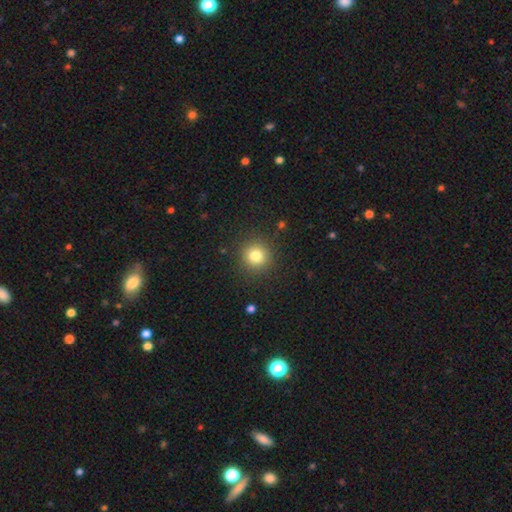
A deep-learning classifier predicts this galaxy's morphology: Q: Smooth or featured?
A: smooth (81%); runner-up: star or artifact (12%)
Q: How rounded?
A: round (93%); runner-up: in between (7%)
Q: Merging?
A: none (89%); runner-up: minor disturbance (7%)